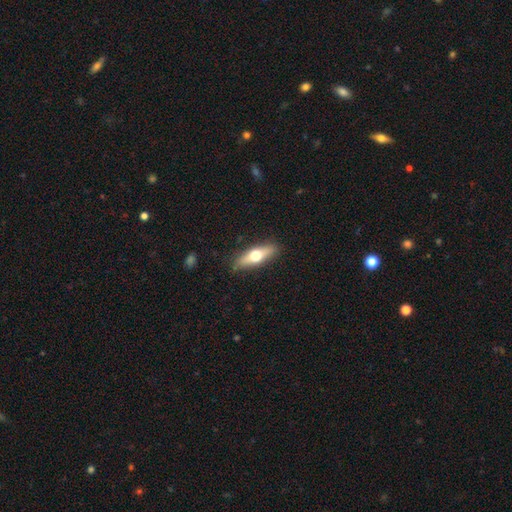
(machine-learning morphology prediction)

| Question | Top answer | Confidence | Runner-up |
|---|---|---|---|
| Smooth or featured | smooth | 51% | featured or disk (43%) |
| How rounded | cigar-shaped | 51% | in between (46%) |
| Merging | none | 87% | minor disturbance (10%) |